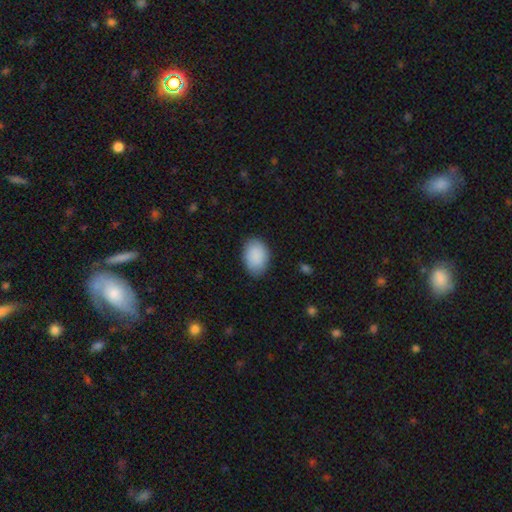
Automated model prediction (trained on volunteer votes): Smooth or featured?
  - smooth: 89% *
  - star or artifact: 6%
  - featured or disk: 5%
How rounded?
  - in between: 84% *
  - round: 15%
  - cigar-shaped: 1%
Merging?
  - none: 82% *
  - minor disturbance: 14%
  - major disturbance: 3%
  - merger: 1%